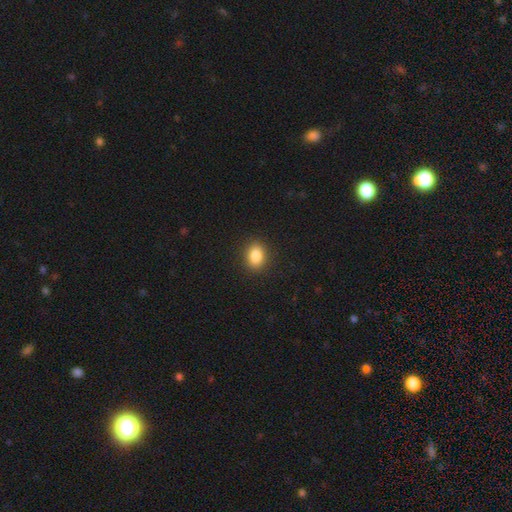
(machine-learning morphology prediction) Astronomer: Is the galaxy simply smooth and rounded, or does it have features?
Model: smooth — 86%.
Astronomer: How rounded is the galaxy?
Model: in between — 66%.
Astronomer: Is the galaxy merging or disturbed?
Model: none — 90%.